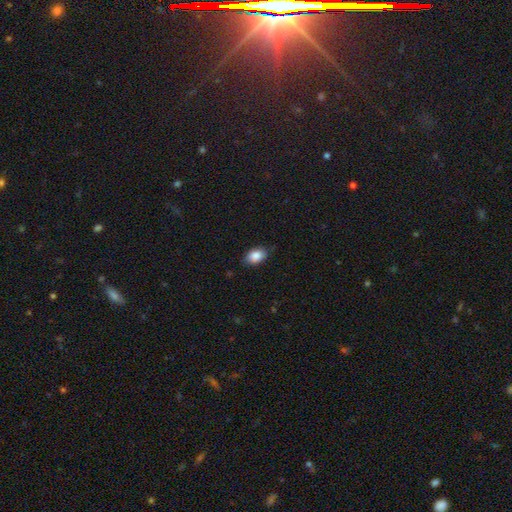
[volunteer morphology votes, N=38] A smooth galaxy with no disk features (92%) that is in between round and cigar-shaped (86%).

Vote fractions:
- Smooth or featured? smooth: 92% / star or artifact: 5% / featured or disk: 3%
- How rounded? in between: 86% / round: 14% / cigar-shaped: 0%
- Merging? none: 75% / minor disturbance: 22% / merger: 3% / major disturbance: 0%